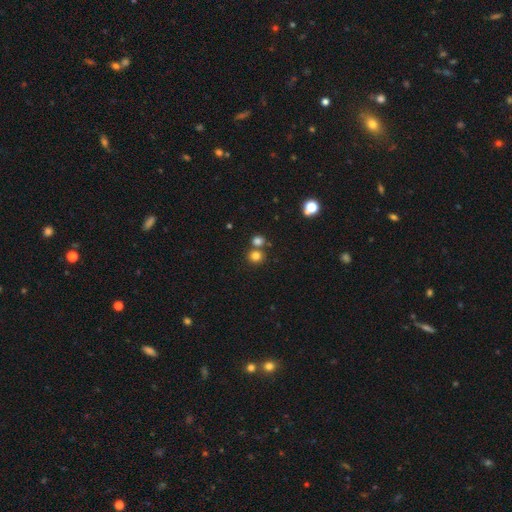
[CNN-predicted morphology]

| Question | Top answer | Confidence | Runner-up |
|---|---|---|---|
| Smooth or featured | smooth | 79% | star or artifact (15%) |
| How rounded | round | 87% | in between (12%) |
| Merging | none | 64% | merger (27%) |